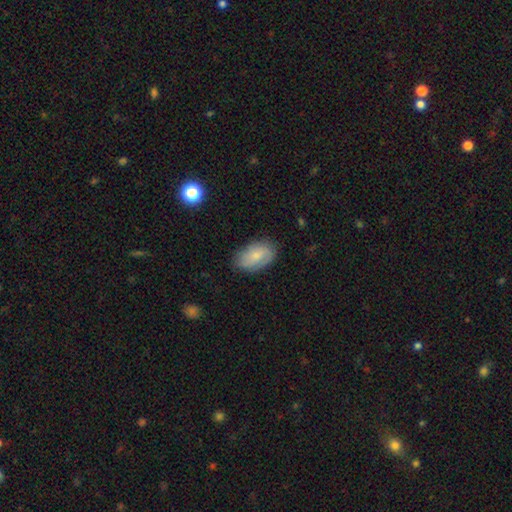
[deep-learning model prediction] Smooth or featured: smooth — 57% (featured or disk — 36%)
How rounded: in between — 90% (round — 8%)
Merging: none — 75% (minor disturbance — 19%)